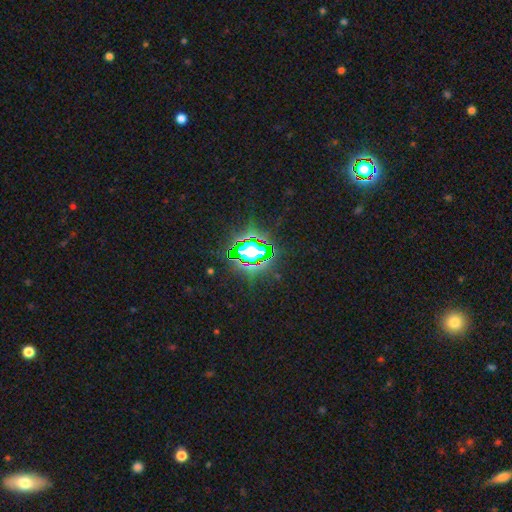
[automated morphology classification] A star or artifact, not a galaxy (74%).

Vote fractions:
- Smooth or featured? star or artifact: 74% / smooth: 15% / featured or disk: 11%